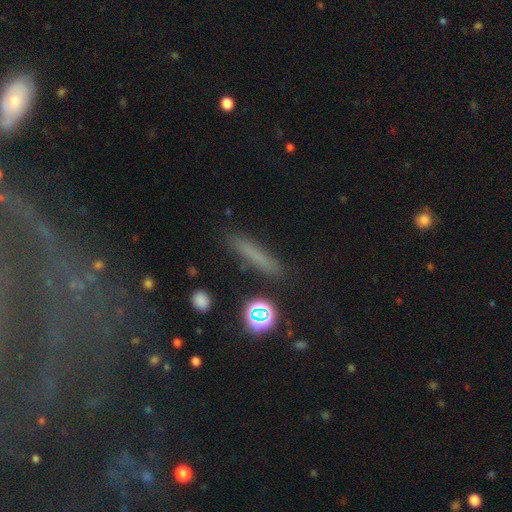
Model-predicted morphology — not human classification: Smooth or featured?
  - smooth: 66% *
  - featured or disk: 19%
  - star or artifact: 15%
How rounded?
  - cigar-shaped: 89% *
  - in between: 7%
  - round: 4%
Merging?
  - none: 85% *
  - minor disturbance: 10%
  - major disturbance: 3%
  - merger: 2%